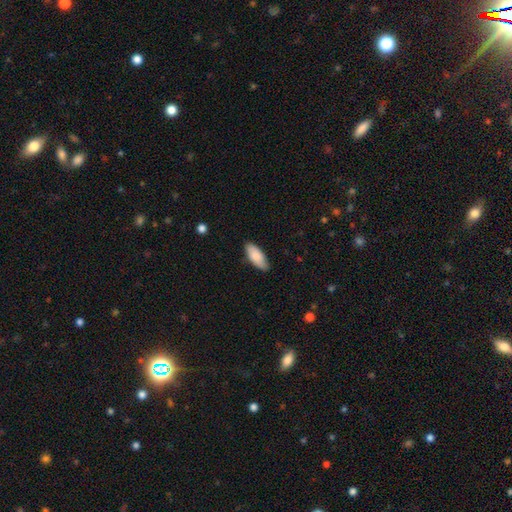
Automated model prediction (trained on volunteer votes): This is clearly a smooth galaxy (86%). How rounded: clearly in between (82%). Merging: clearly none (84%).